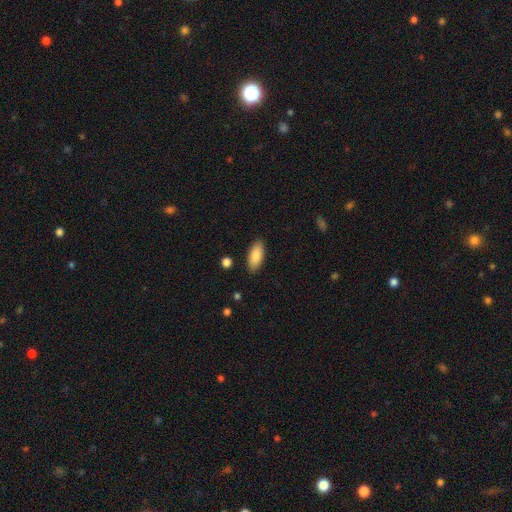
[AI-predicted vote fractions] The model was most divided on "how rounded": in between: 86%, cigar-shaped: 12%, round: 2%. More confident: merging — none (88%); smooth or featured — smooth (87%).